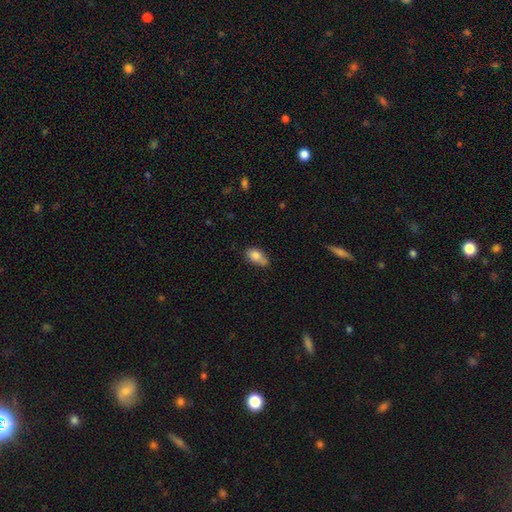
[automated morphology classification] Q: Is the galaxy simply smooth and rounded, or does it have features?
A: smooth — 81%.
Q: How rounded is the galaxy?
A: in between — 89%.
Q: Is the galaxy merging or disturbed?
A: none — 52%.